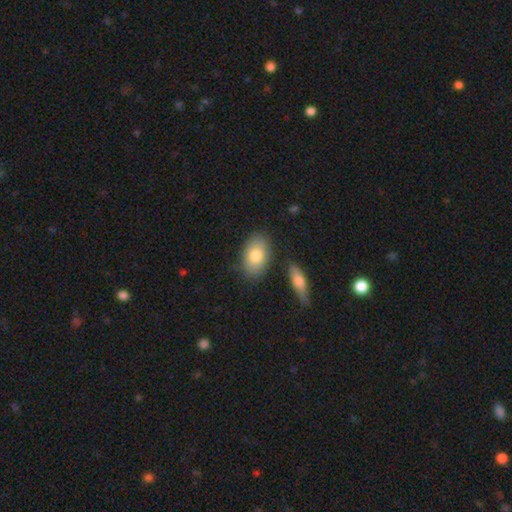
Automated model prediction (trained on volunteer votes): This appears to be a smooth galaxy with no disk features (79%) that is in between round and cigar-shaped (88%). Merging: none (79%).